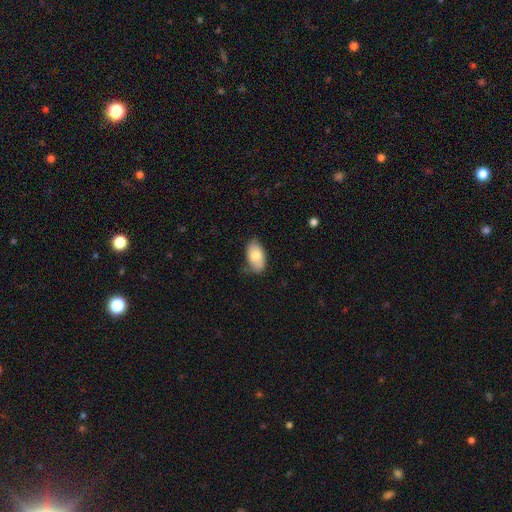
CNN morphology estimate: A smooth galaxy with no disk features (81%) that is in between round and cigar-shaped (94%).

Vote fractions:
- Smooth or featured? smooth: 81% / featured or disk: 13% / star or artifact: 6%
- How rounded? in between: 94% / round: 4% / cigar-shaped: 2%
- Merging? none: 71% / minor disturbance: 23% / major disturbance: 4% / merger: 2%